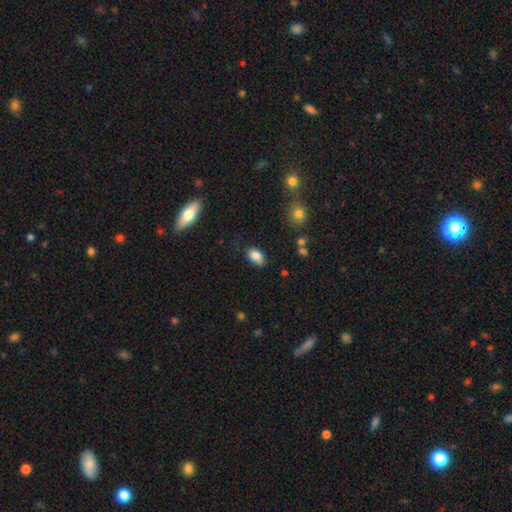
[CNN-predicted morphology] This is clearly a smooth galaxy (84%). How rounded: clearly in between (84%). Merging: likely none (67%).